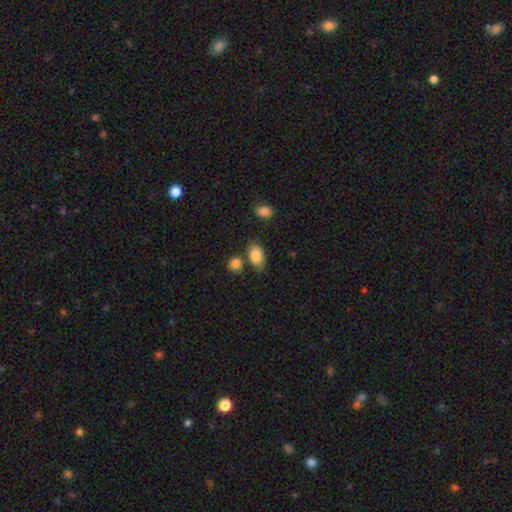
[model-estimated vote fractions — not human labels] smooth_or_featured: smooth (p=0.85) [alt: star or artifact p=0.07]
how_rounded: in between (p=0.90) [alt: round p=0.08]
merging: none (p=0.63) [alt: minor disturbance p=0.20]